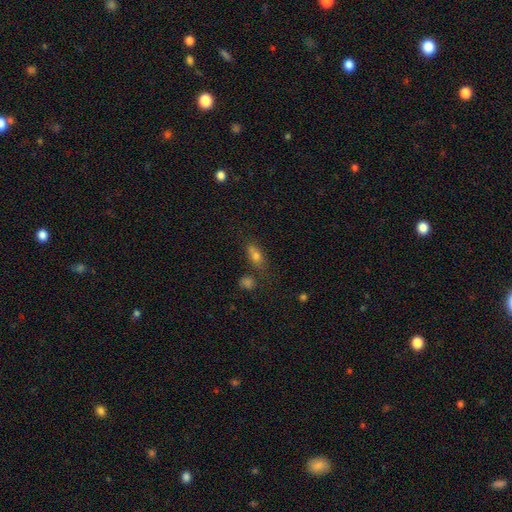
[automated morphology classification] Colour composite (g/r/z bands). It shows a smooth galaxy with no disk features (69%) that is in between round and cigar-shaped (71%). Merging: none (58%).